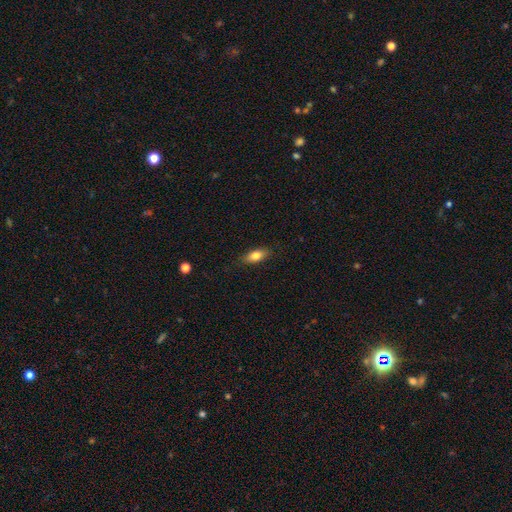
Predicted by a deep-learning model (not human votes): This is likely a smooth galaxy (78%). How rounded: clearly in between (82%). Merging: clearly none (86%).